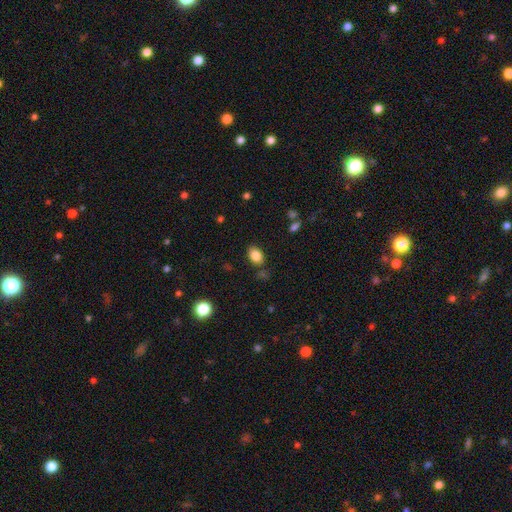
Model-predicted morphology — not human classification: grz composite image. It shows a smooth galaxy with no disk features (84%) that is in between round and cigar-shaped (80%). Merging: none (80%).